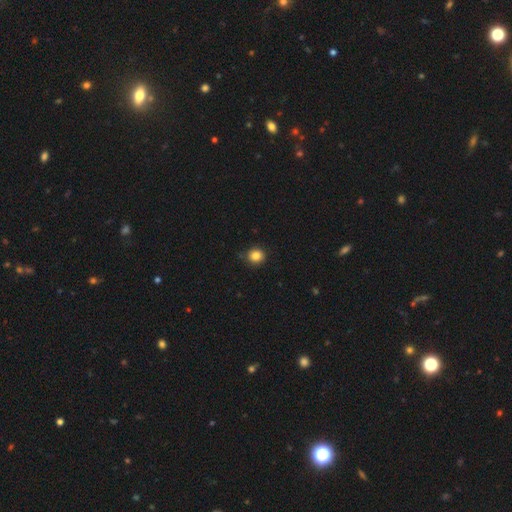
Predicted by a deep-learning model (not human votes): Smooth or featured?
  - smooth: 85% *
  - star or artifact: 11%
  - featured or disk: 4%
How rounded?
  - round: 86% *
  - in between: 13%
  - cigar-shaped: 1%
Merging?
  - none: 83% *
  - minor disturbance: 14%
  - major disturbance: 2%
  - merger: 1%